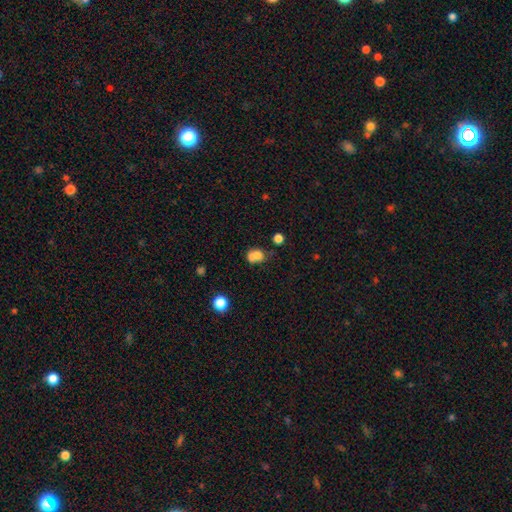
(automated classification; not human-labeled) Q: Smooth or featured?
A: smooth (73%); runner-up: featured or disk (15%)
Q: How rounded?
A: round (62%); runner-up: in between (37%)
Q: Merging?
A: merger (55%); runner-up: none (30%)